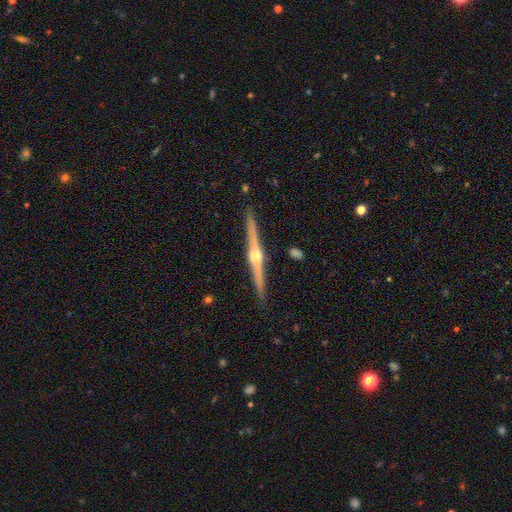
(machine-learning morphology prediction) featured or disk 87%, smooth 8%, star or artifact 5%. Down the decision tree: edge-on disk — yes (99%); edge-on bulge — rounded (93%); merging — none (92%).